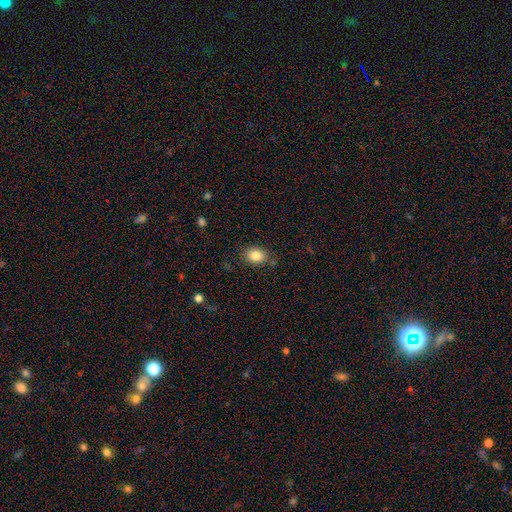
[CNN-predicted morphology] Q: Smooth or featured?
A: smooth (85%); runner-up: star or artifact (9%)
Q: How rounded?
A: in between (67%); runner-up: round (32%)
Q: Merging?
A: none (80%); runner-up: minor disturbance (14%)